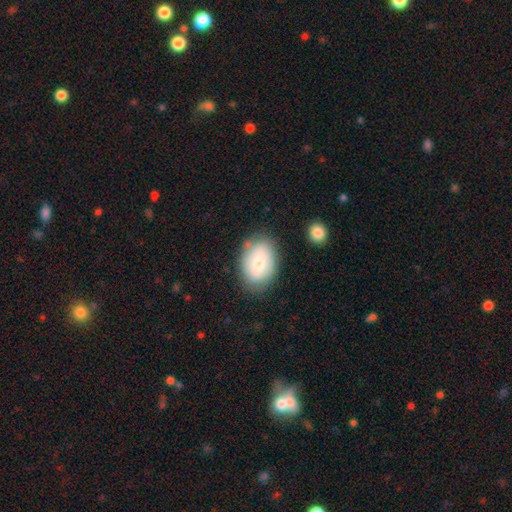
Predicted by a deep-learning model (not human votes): Smooth or featured?
  - smooth: 67% *
  - featured or disk: 25%
  - star or artifact: 9%
How rounded?
  - in between: 82% *
  - round: 17%
  - cigar-shaped: 1%
Merging?
  - none: 78% *
  - minor disturbance: 16%
  - major disturbance: 4%
  - merger: 2%